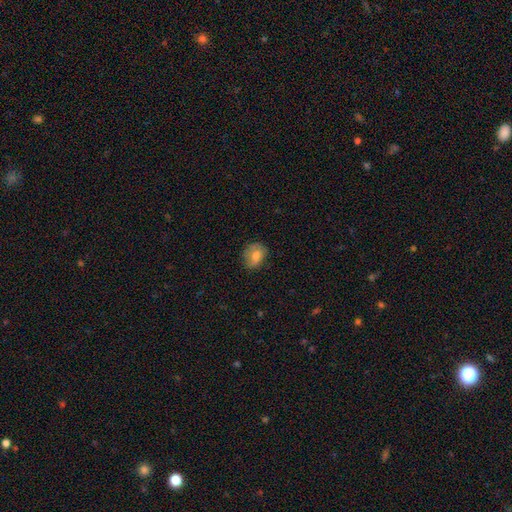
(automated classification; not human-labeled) This is likely a smooth galaxy (69%). How rounded: possibly in between (53%). Merging: likely none (67%).